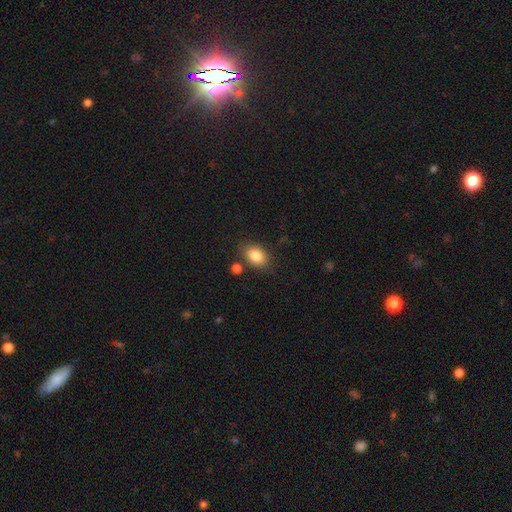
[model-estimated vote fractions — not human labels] Overall: smooth (85%). How rounded: in between (82%). Merging: none (79%).